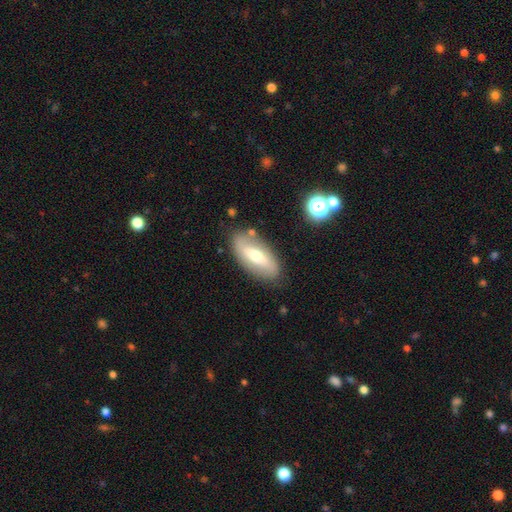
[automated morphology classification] Smooth or featured? Predicted: smooth (p=0.46, tied with featured or disk). Merging? Predicted: none (p=0.80).